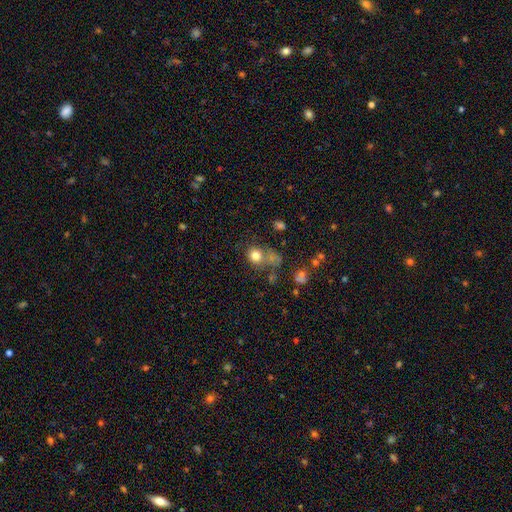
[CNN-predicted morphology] Overall: smooth (78%). How rounded: round (79%). Merging: none (56%; merger 21%).